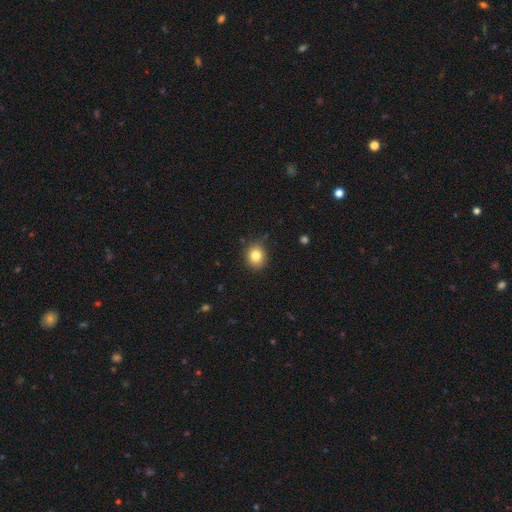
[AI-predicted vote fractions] This appears to be a smooth galaxy with no disk features (83%) that is round (69%). Merging: none (84%).